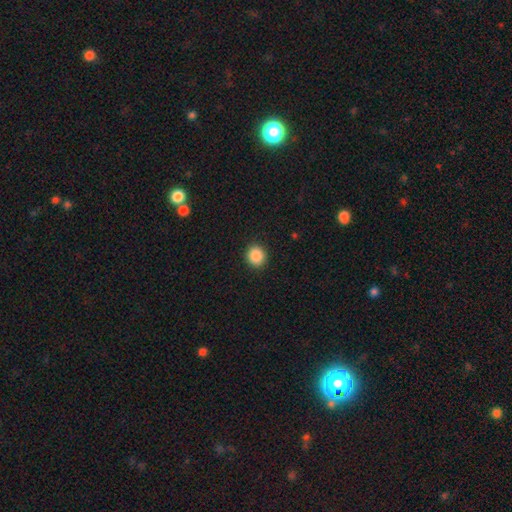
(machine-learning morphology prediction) A smooth galaxy with no disk features (88%) that is round (85%). Merging: none (91%).